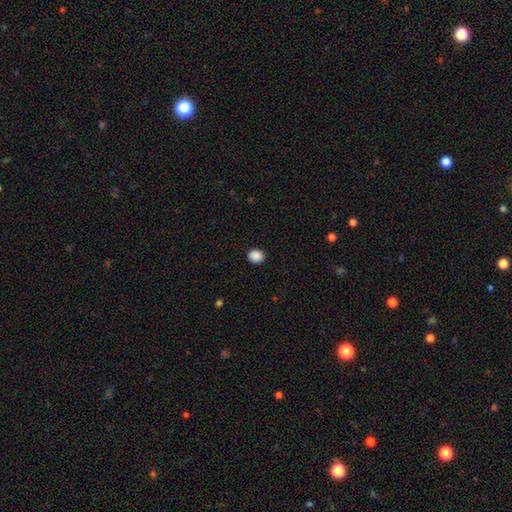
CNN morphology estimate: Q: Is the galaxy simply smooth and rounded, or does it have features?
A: smooth — 89%.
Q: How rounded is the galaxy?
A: round — 77%.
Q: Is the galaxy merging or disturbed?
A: none — 91%.